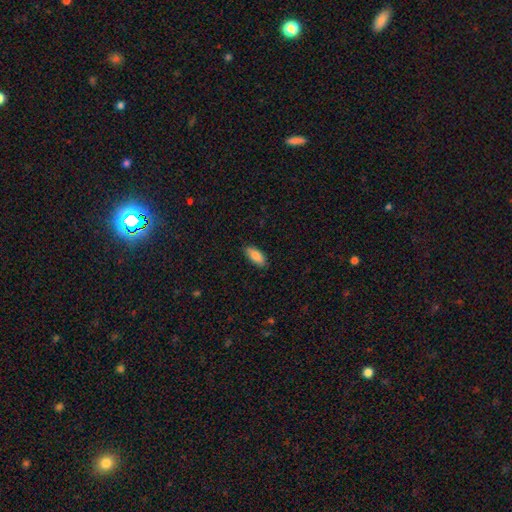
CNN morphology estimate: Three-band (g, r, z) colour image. It shows a smooth galaxy with no disk features (86%) that is in between round and cigar-shaped (85%). Merging: none (87%).